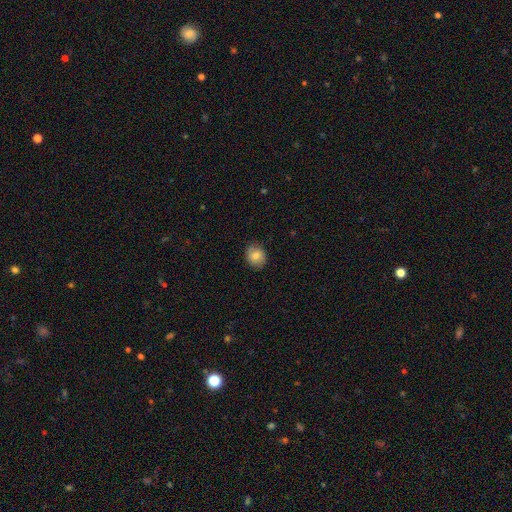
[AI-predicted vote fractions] Smooth or featured? Predicted: smooth (p=0.79). How rounded? Predicted: round (p=0.66). Merging? Predicted: none (p=0.85).